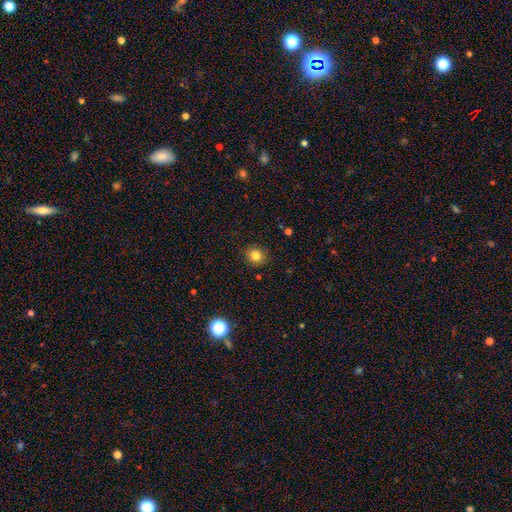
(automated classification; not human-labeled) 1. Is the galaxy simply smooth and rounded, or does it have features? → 82% smooth, 12% star or artifact, 6% featured or disk.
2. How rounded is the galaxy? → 84% round, 15% in between, 1% cigar-shaped.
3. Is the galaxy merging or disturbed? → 90% none, 7% minor disturbance, 2% major disturbance, 1% merger.